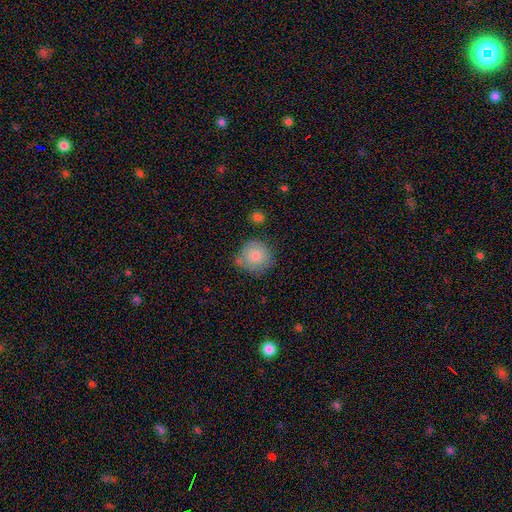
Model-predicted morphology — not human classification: A smooth galaxy with no disk features (80%) that is round (91%).

Vote fractions:
- Smooth or featured? smooth: 80% / featured or disk: 12% / star or artifact: 8%
- How rounded? round: 91% / in between: 8% / cigar-shaped: 1%
- Merging? none: 66% / minor disturbance: 22% / merger: 7% / major disturbance: 5%